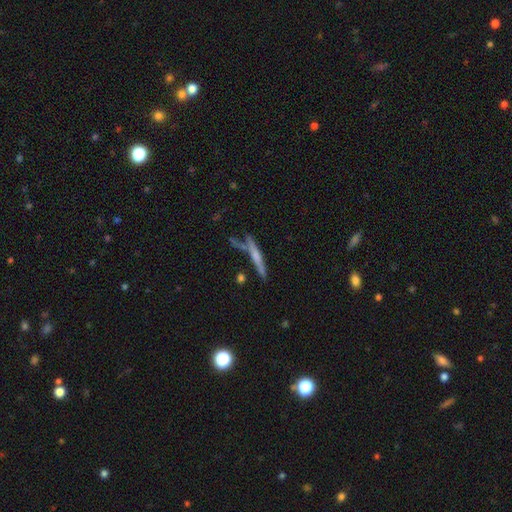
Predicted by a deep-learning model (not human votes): smooth_or_featured: featured or disk (p=0.50) [alt: smooth p=0.42]
disk_edge_on: yes (p=0.91) [alt: no p=0.09]
merging: none (p=0.58) [alt: minor disturbance p=0.17]